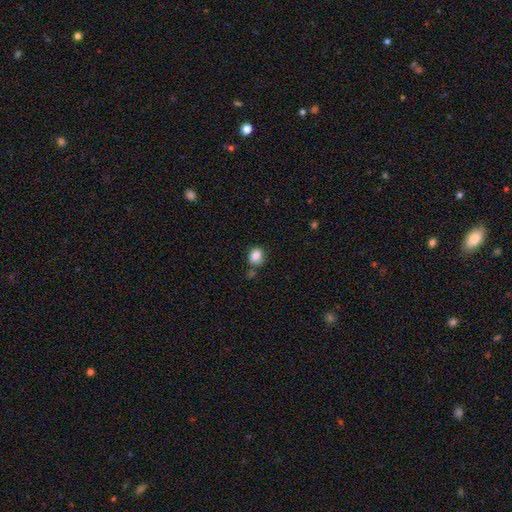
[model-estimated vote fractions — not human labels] This is clearly a smooth galaxy (84%). How rounded: possibly round (52%). Merging: possibly none (60%).